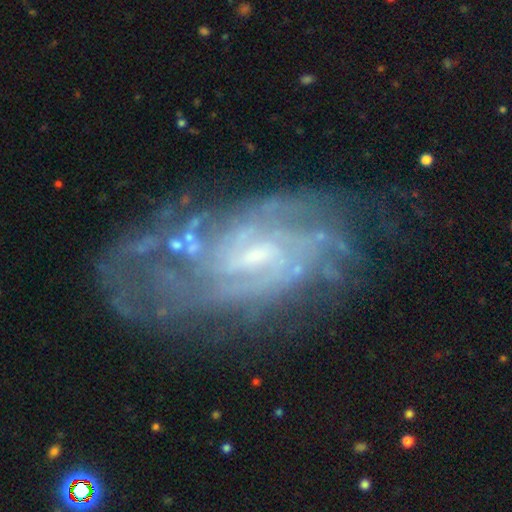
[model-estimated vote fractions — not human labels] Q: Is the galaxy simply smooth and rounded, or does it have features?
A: featured or disk — 86%.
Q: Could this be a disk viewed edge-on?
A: no — 95%.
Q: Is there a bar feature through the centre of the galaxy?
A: weak — 53%.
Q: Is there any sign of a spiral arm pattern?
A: yes — 93%.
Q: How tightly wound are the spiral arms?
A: tight — 58%.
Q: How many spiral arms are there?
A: can't tell — 44%.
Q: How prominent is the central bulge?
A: small — 61%.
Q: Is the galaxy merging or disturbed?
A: none — 61%.